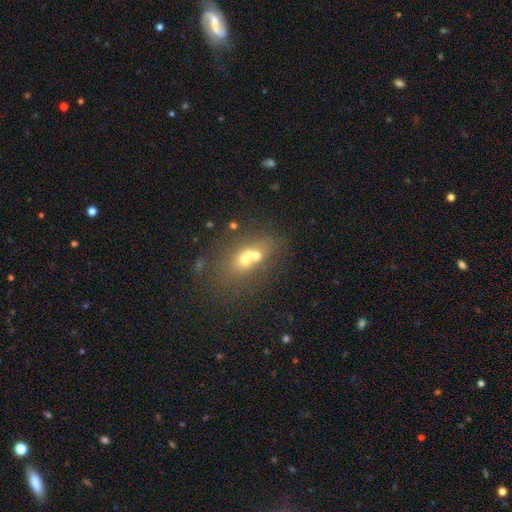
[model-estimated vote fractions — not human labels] Smooth or featured? Predicted: smooth (p=0.50). How rounded? Predicted: round (p=0.55). Merging? Predicted: merger (p=0.59).